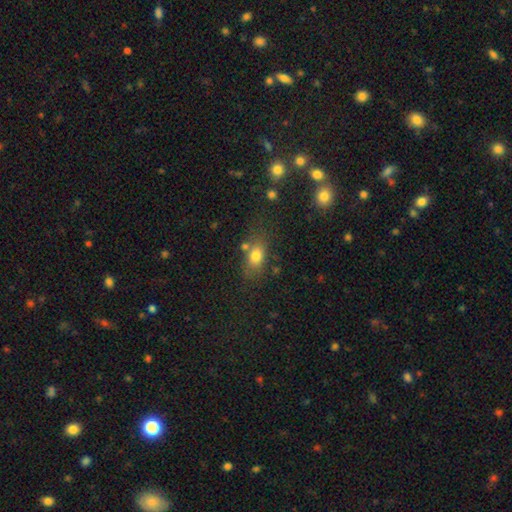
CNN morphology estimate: This appears to be a smooth galaxy with no disk features (77%) that is in between round and cigar-shaped (75%). Merging: none (67%).